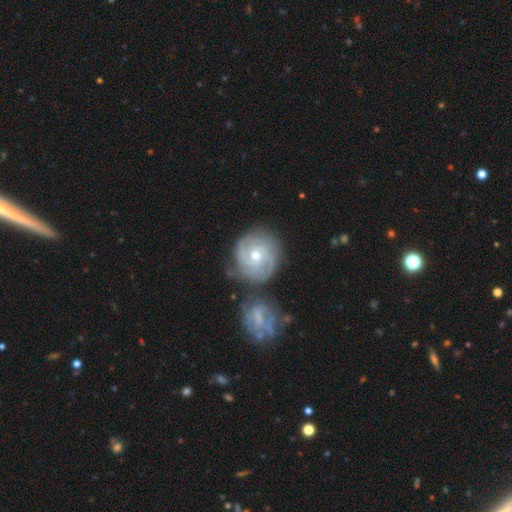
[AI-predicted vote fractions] featured or disk 82%, smooth 12%, star or artifact 6%. Down the decision tree: edge-on disk — no (98%); bar — no (70%); spiral arms — yes (95%); spiral arm count — 3 (37%); spiral winding — tight (72%); bulge size — moderate (59%); merging — none (65%).